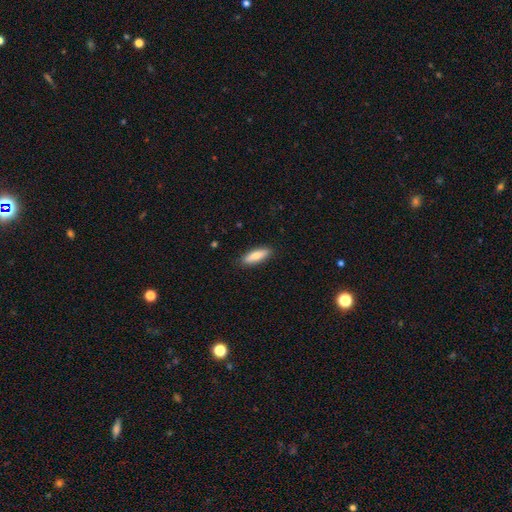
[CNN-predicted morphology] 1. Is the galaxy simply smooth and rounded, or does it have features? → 75% smooth, 19% featured or disk, 6% star or artifact.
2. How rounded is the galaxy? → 52% cigar-shaped, 46% in between, 2% round.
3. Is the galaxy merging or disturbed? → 89% none, 8% minor disturbance, 2% major disturbance, 1% merger.